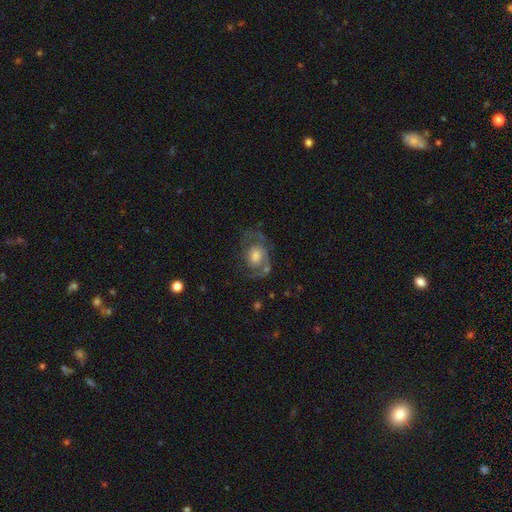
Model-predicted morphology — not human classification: Smooth or featured? featured or disk (73%)
Edge-on disk? no (97%)
Bar? no (75%)
Spiral arms? yes (83%)
Spiral winding? medium (44%)
Spiral arm count? 2 (66%)
Bulge size? moderate (49%)
Merging? none (60%)